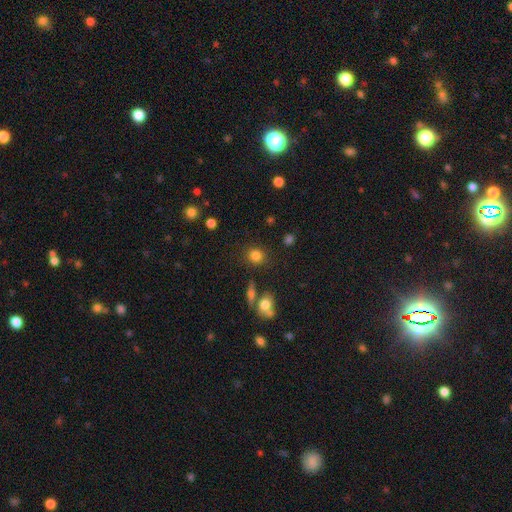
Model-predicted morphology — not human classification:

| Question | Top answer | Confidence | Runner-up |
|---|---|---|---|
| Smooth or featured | smooth | 82% | star or artifact (12%) |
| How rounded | round | 82% | in between (16%) |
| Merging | none | 82% | minor disturbance (9%) |